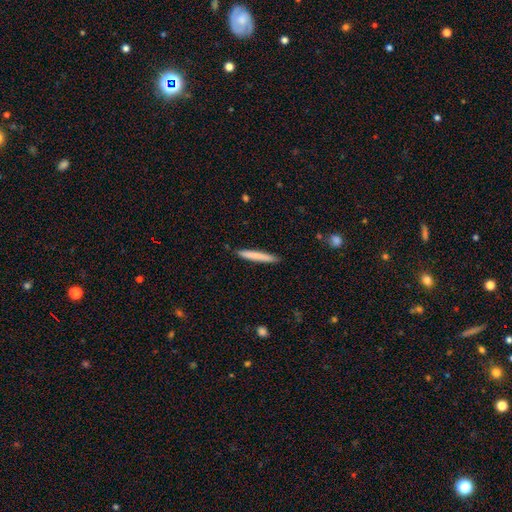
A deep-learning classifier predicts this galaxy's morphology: This is likely a smooth galaxy (77%). How rounded: clearly cigar-shaped (96%). Merging: clearly none (90%).